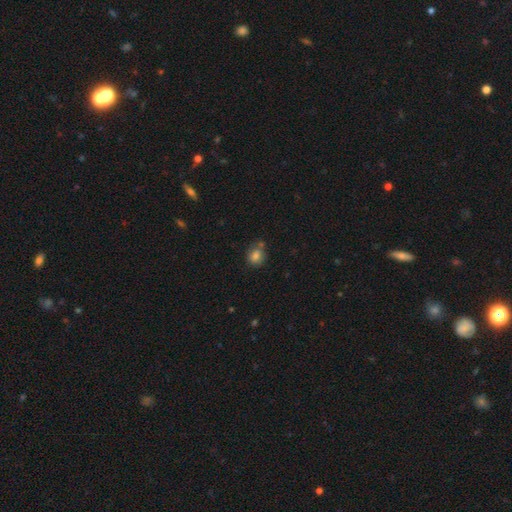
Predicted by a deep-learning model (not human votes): A smooth galaxy with no disk features (82%) that is round (64%).

Vote fractions:
- Smooth or featured? smooth: 82% / star or artifact: 11% / featured or disk: 7%
- How rounded? round: 64% / in between: 35% / cigar-shaped: 1%
- Merging? none: 64% / minor disturbance: 19% / merger: 12% / major disturbance: 5%